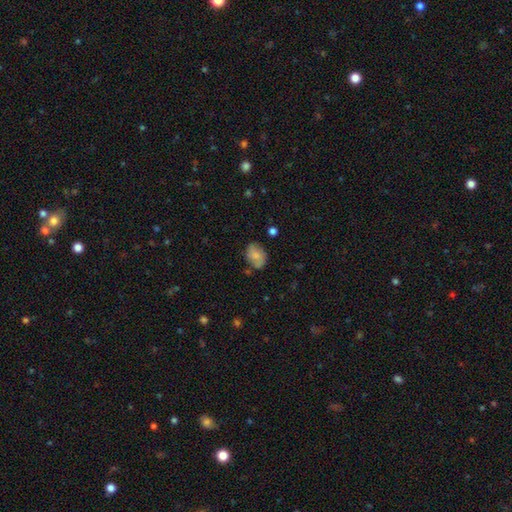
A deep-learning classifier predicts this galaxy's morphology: A smooth galaxy with no disk features (70%) that is in between round and cigar-shaped (73%). Merging: none (68%).